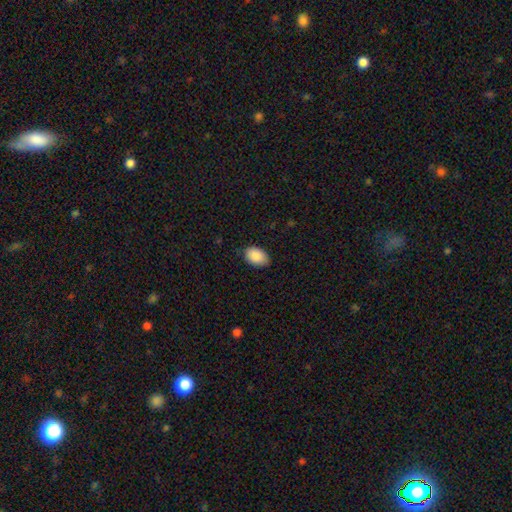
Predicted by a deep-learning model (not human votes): The model was most divided on "merging": none: 81%, minor disturbance: 15%, major disturbance: 2%, merger: 1%. More confident: smooth or featured — smooth (90%); how rounded — in between (89%).